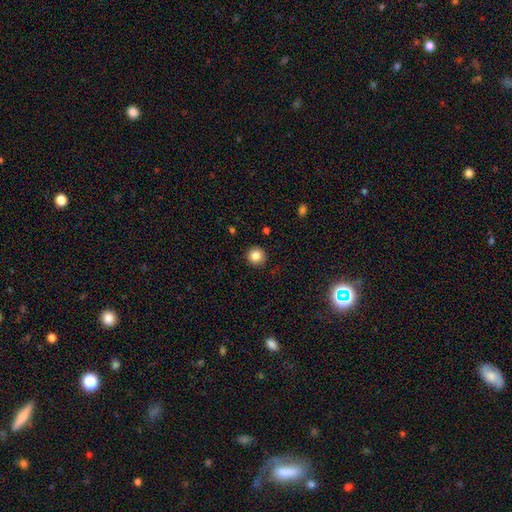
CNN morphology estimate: The model was most divided on "smooth or featured": smooth: 85%, star or artifact: 10%, featured or disk: 5%. More confident: how rounded — round (94%); merging — none (91%).